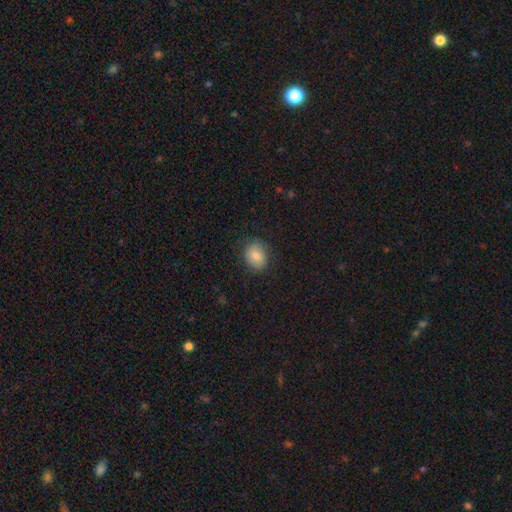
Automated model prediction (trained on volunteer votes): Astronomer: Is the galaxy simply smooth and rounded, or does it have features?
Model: smooth — 78%.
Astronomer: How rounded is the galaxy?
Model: round — 55% (runner-up: in between, 44%).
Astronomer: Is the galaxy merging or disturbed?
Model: none — 80%.